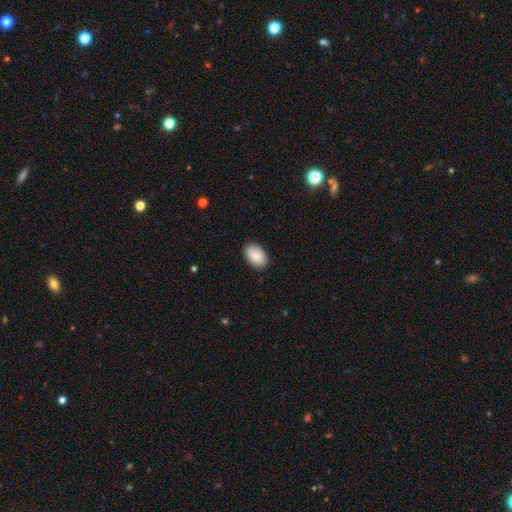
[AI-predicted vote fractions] This appears to be a smooth galaxy with no disk features (88%) that is in between round and cigar-shaped (90%). Merging: none (89%).